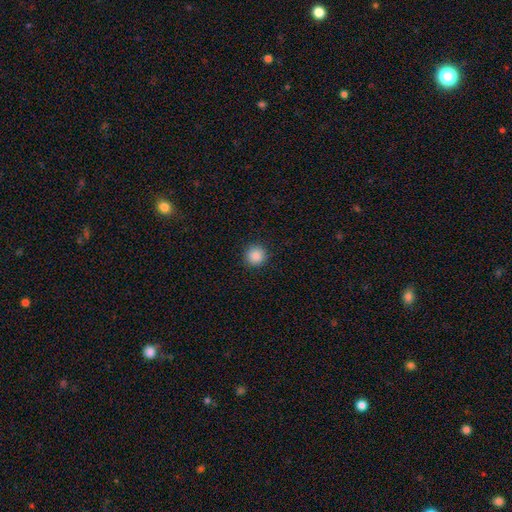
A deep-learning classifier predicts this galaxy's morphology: Smooth or featured? smooth (87%)
How rounded? round (94%)
Merging? none (92%)